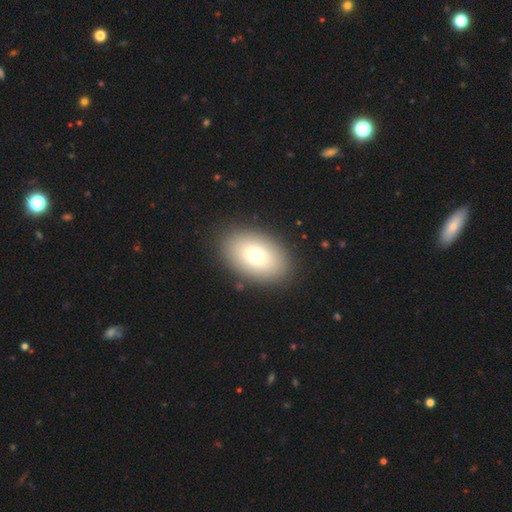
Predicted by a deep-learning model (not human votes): A smooth galaxy with no disk features (76%) that is in between round and cigar-shaped (87%).

Vote fractions:
- Smooth or featured? smooth: 76% / featured or disk: 15% / star or artifact: 10%
- How rounded? in between: 87% / round: 12% / cigar-shaped: 1%
- Merging? none: 88% / minor disturbance: 7% / major disturbance: 3% / merger: 1%